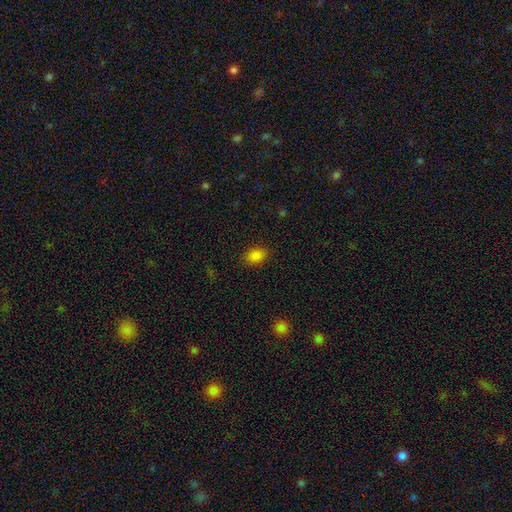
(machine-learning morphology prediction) smooth-or-featured: smooth: 84% | star or artifact: 11% | featured or disk: 5%
  how-rounded: in between: 78% | round: 21% | cigar-shaped: 1%
  merging: none: 87% | minor disturbance: 9% | major disturbance: 3% | merger: 1%